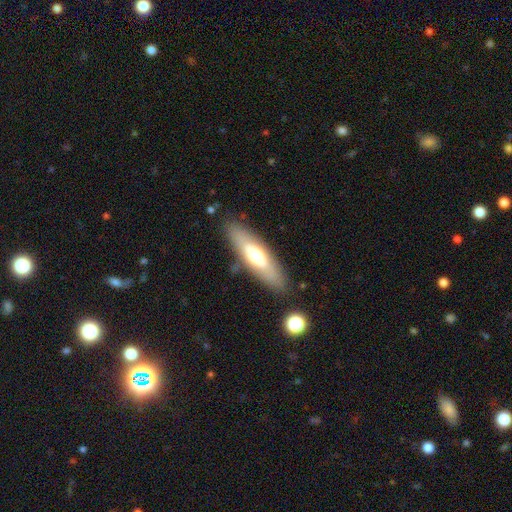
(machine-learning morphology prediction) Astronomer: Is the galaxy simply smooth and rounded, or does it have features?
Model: smooth — 53% (runner-up: featured or disk, 40%).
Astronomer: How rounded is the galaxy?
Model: cigar-shaped — 52% (runner-up: in between, 46%).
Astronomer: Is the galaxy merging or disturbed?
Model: none — 83%.